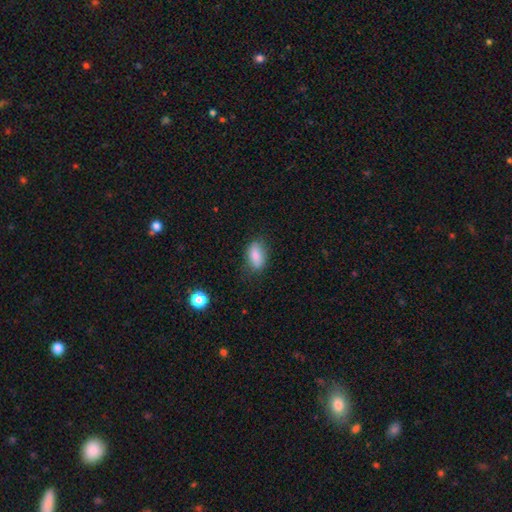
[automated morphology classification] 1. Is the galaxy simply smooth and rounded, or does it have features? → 82% smooth, 11% featured or disk, 8% star or artifact.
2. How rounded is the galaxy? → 88% in between, 7% round, 5% cigar-shaped.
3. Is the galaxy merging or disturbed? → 72% none, 21% minor disturbance, 5% major disturbance, 2% merger.